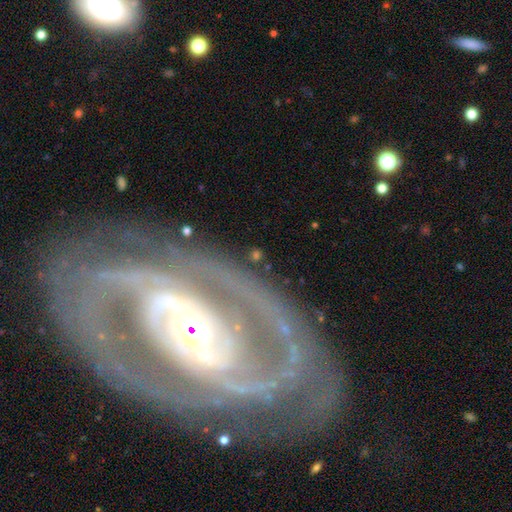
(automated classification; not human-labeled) Morphology: type=featured or disk (39%); merging=none (78%).